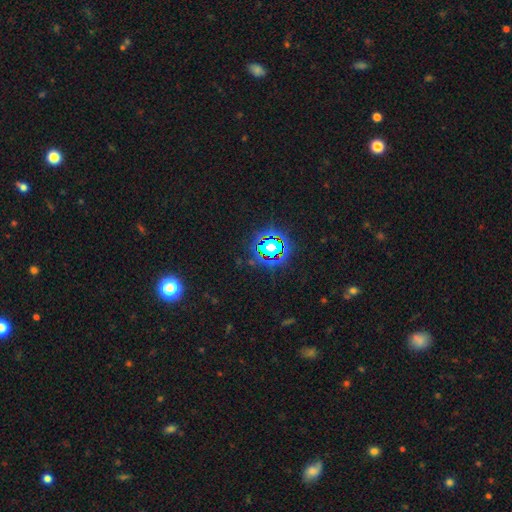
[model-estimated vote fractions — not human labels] Smooth or featured? star or artifact (80%)